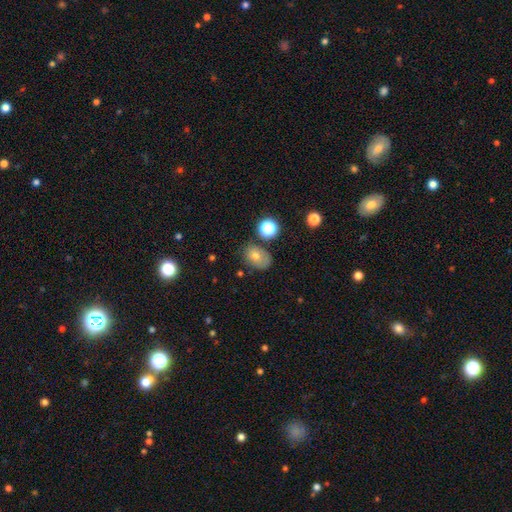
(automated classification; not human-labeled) smooth-or-featured: smooth: 66% | featured or disk: 19% | star or artifact: 15%
  how-rounded: in between: 71% | round: 28% | cigar-shaped: 1%
  merging: none: 66% | minor disturbance: 21% | major disturbance: 7% | merger: 6%